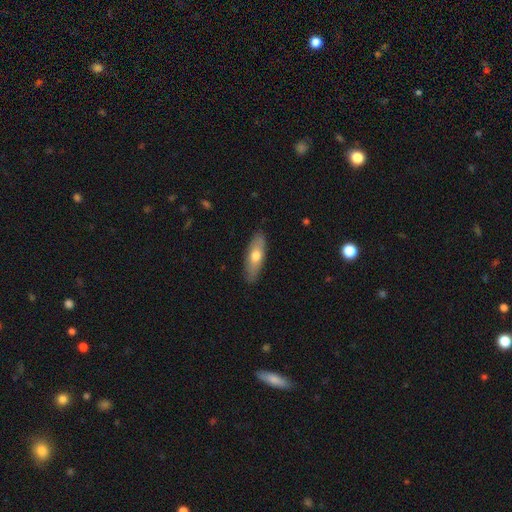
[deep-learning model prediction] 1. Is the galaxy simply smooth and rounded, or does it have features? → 65% smooth, 30% featured or disk, 5% star or artifact.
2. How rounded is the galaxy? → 62% in between, 36% cigar-shaped, 2% round.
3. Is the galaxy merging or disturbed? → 86% none, 11% minor disturbance, 2% major disturbance, 1% merger.